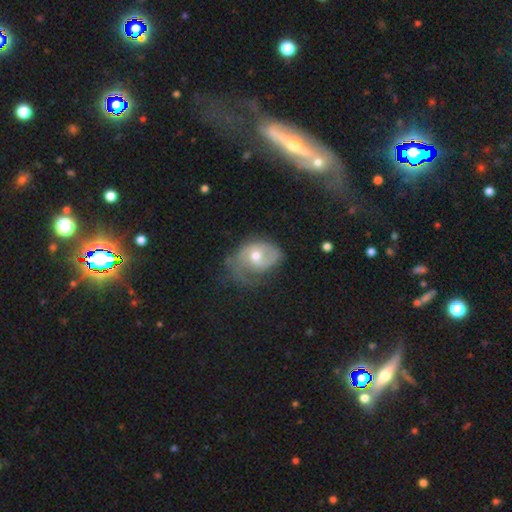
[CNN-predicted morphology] Smooth or featured? Predicted: featured or disk (p=0.64). Edge-on disk? Predicted: no (p=0.96). Bar? Predicted: no (p=0.64). Spiral arms? Predicted: yes (p=0.80). Bulge size? Predicted: moderate (p=0.66). Merging? Predicted: none (p=0.38).